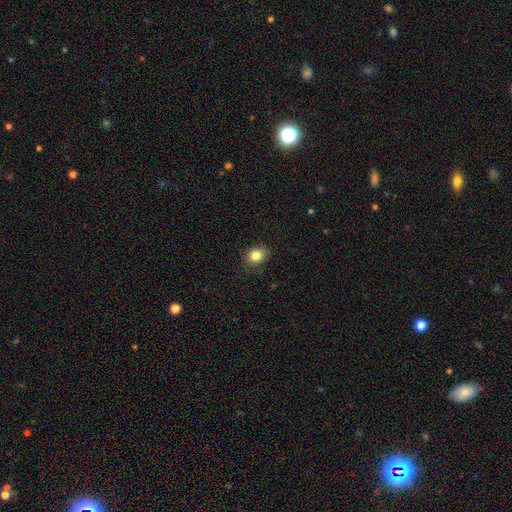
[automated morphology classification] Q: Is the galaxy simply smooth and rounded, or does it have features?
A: smooth — 83%.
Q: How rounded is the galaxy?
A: round — 57%.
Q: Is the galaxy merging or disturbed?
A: none — 86%.